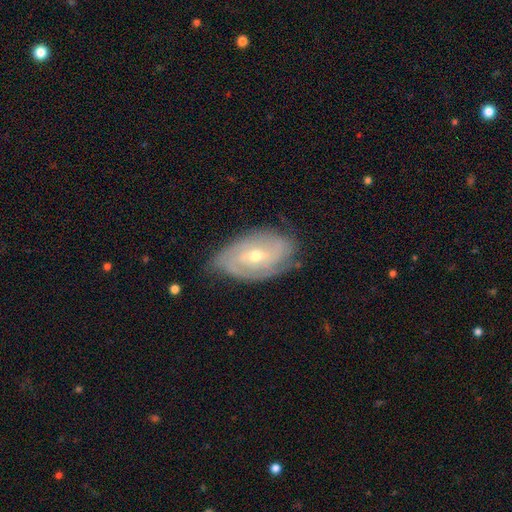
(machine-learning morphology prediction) This appears to be a featured or disk galaxy (81%) with no bar (50%), 2 (34%) tight (67%) spiral arms (92%) and a moderate central bulge (53%). Merging: none (73%).